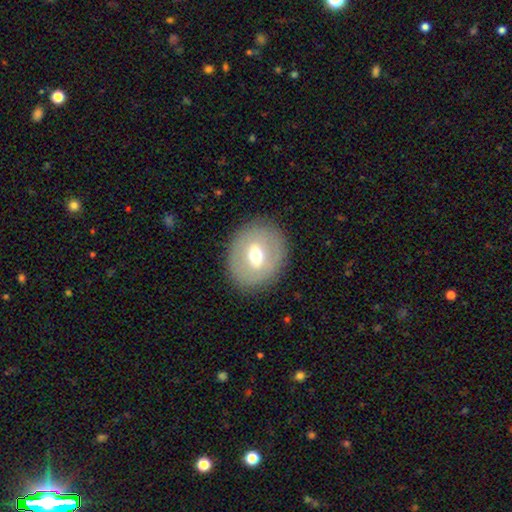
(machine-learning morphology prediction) Overall: smooth (48%; featured or disk 43%). Merging: none (84%).